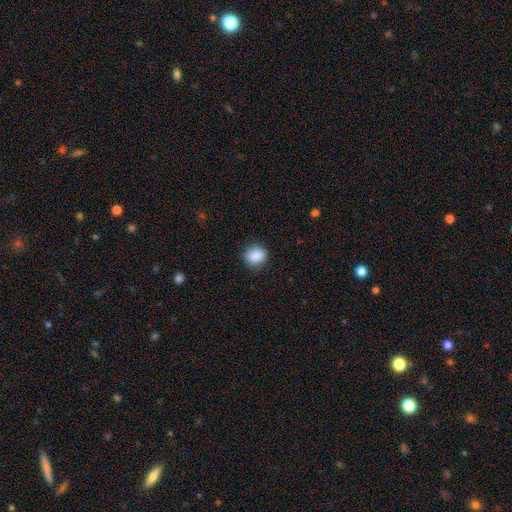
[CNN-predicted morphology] A smooth galaxy with no disk features (87%) that is round (71%). Merging: none (87%).